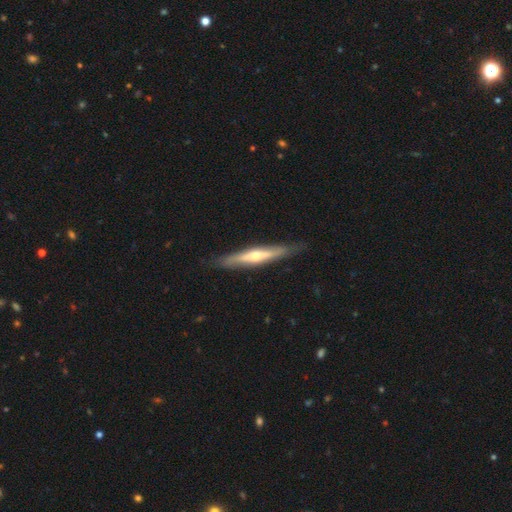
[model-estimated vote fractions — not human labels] Smooth or featured? featured or disk (60%)
Edge-on disk? yes (93%)
Edge-on bulge? rounded (75%)
Merging? none (85%)